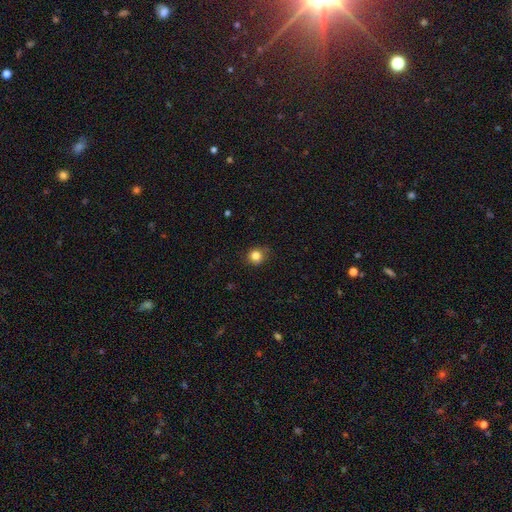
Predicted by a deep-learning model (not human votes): smooth 83%, star or artifact 12%, featured or disk 5%. Down the decision tree: how rounded — round (89%); merging — none (79%).